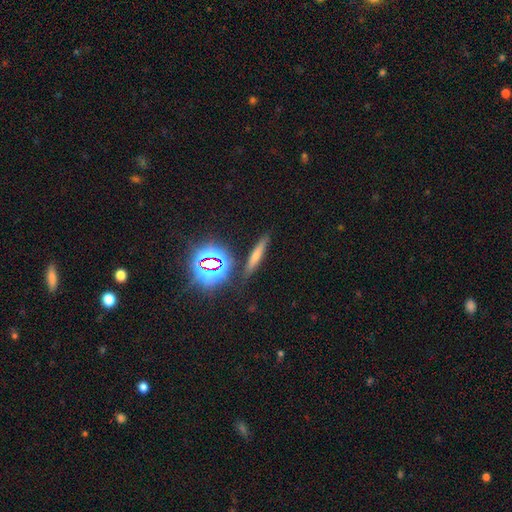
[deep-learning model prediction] Smooth or featured: smooth — 56% (featured or disk — 23%)
How rounded: cigar-shaped — 82% (in between — 11%)
Merging: none — 84% (minor disturbance — 10%)